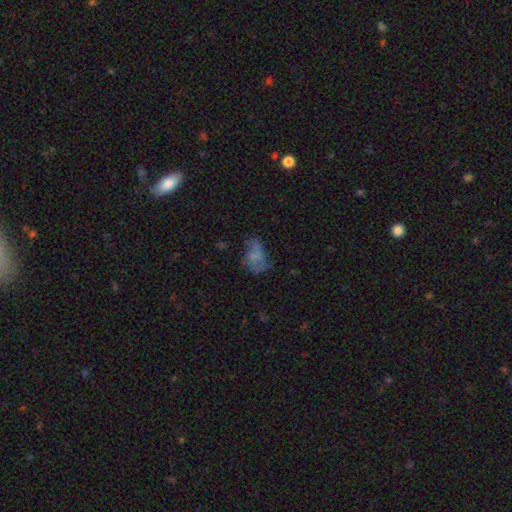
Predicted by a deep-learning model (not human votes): Smooth or featured: smooth — 51% (featured or disk — 33%)
How rounded: in between — 86% (round — 11%)
Merging: none — 34% (major disturbance — 33%)